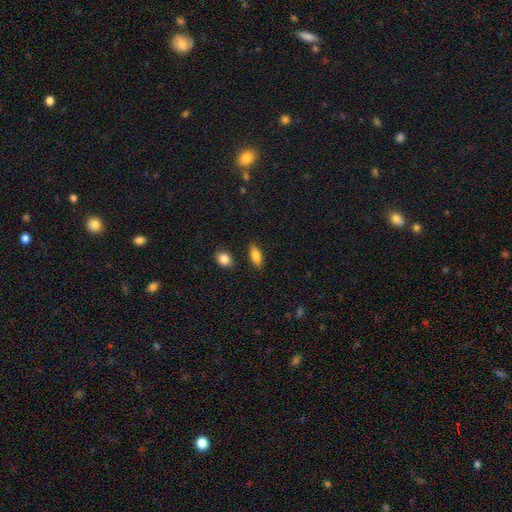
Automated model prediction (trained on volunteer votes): A smooth galaxy with no disk features (85%) that is in between round and cigar-shaped (82%).

Vote fractions:
- Smooth or featured? smooth: 85% / featured or disk: 8% / star or artifact: 7%
- How rounded? in between: 82% / cigar-shaped: 14% / round: 3%
- Merging? none: 85% / minor disturbance: 10% / merger: 3% / major disturbance: 2%